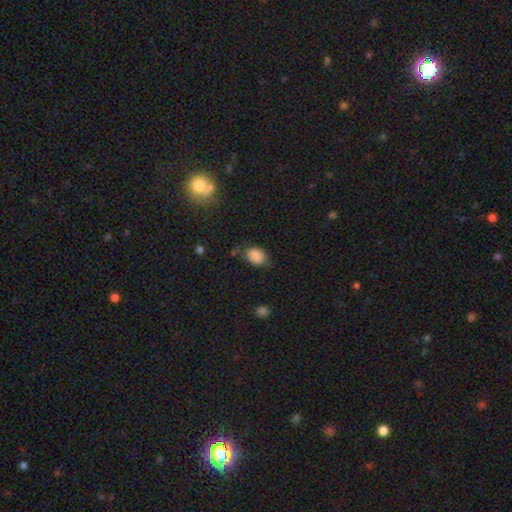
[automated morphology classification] Smooth or featured?
  - smooth: 85% *
  - star or artifact: 10%
  - featured or disk: 6%
How rounded?
  - in between: 67% *
  - round: 32%
  - cigar-shaped: 1%
Merging?
  - none: 62% *
  - minor disturbance: 26%
  - major disturbance: 8%
  - merger: 3%